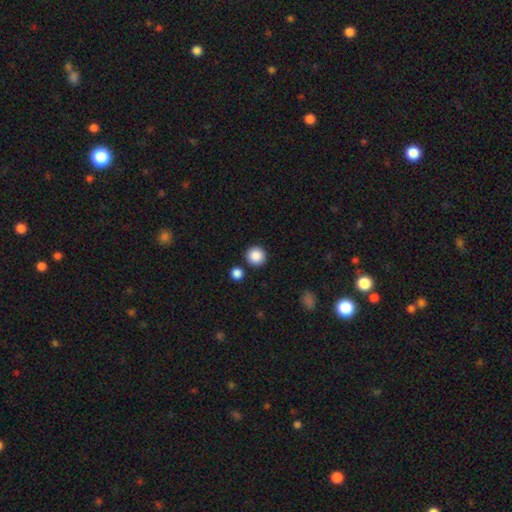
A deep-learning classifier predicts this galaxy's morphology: A smooth galaxy with no disk features (88%) that is round (94%). Merging: none (86%).